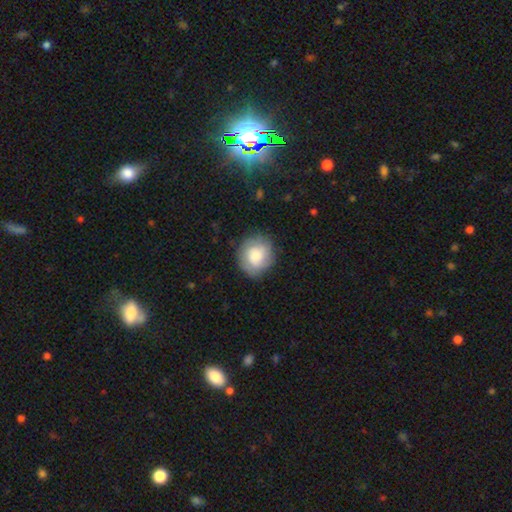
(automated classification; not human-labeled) Q: Smooth or featured?
A: smooth (67%); runner-up: featured or disk (25%)
Q: How rounded?
A: round (86%); runner-up: in between (13%)
Q: Merging?
A: none (78%); runner-up: minor disturbance (16%)